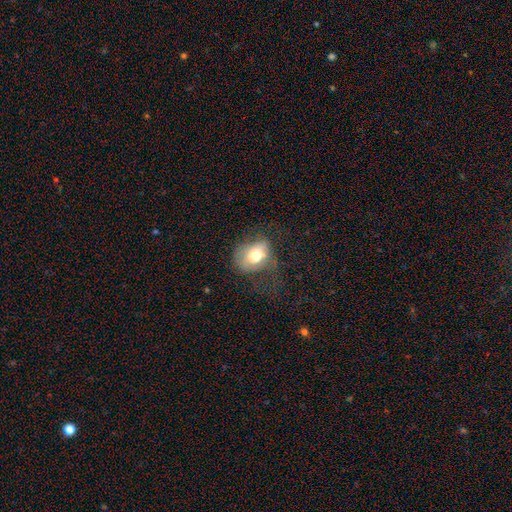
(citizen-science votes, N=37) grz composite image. It shows a smooth galaxy with no disk features (70%) that is in between round and cigar-shaped (54%). Merging: none (46%).